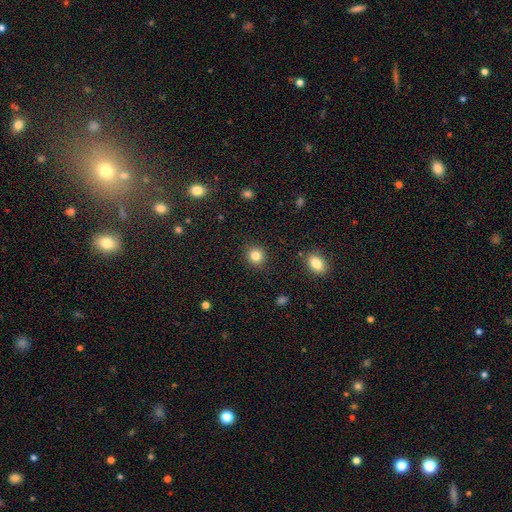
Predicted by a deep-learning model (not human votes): Morphology: type=smooth (83%); roundness=round (81%); merging=none (89%).